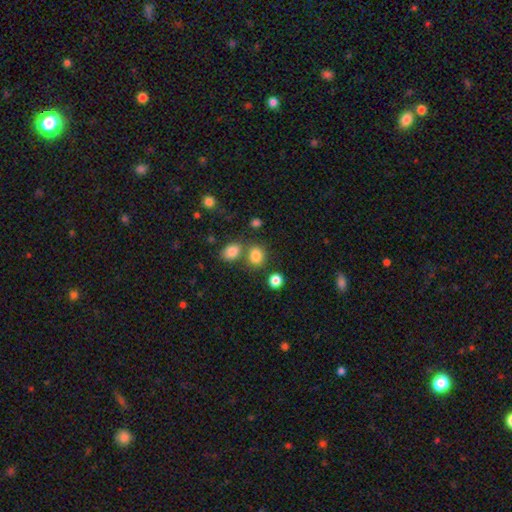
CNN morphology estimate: Q: Smooth or featured?
A: smooth (83%); runner-up: star or artifact (12%)
Q: How rounded?
A: round (53%); runner-up: in between (46%)
Q: Merging?
A: none (64%); runner-up: merger (21%)